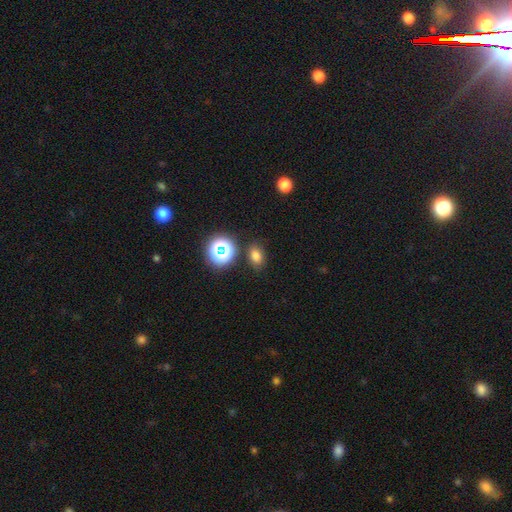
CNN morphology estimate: Smooth or featured?
  - smooth: 73% *
  - star or artifact: 20%
  - featured or disk: 7%
How rounded?
  - in between: 71% *
  - round: 27%
  - cigar-shaped: 1%
Merging?
  - none: 82% *
  - minor disturbance: 11%
  - merger: 4%
  - major disturbance: 3%